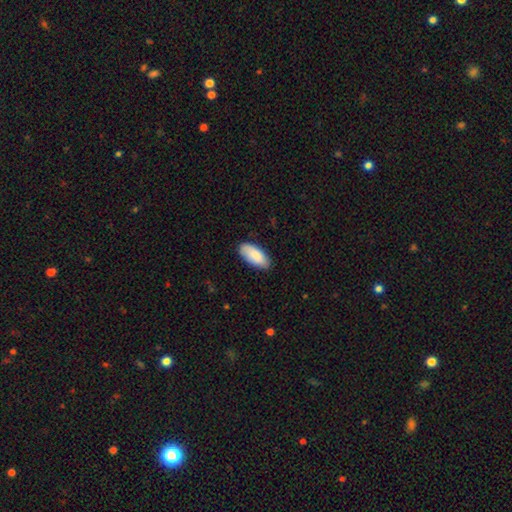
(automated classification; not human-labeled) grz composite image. It shows a smooth galaxy with no disk features (87%) that is in between round and cigar-shaped (90%). Merging: none (84%).